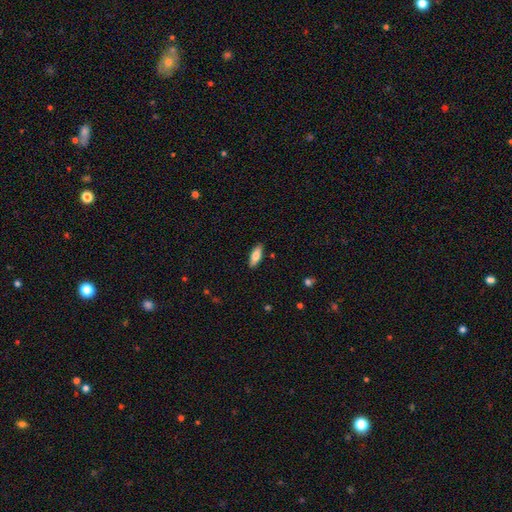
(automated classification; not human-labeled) smooth_or_featured: smooth (p=0.75) [alt: featured or disk p=0.19]
how_rounded: in between (p=0.68) [alt: cigar-shaped p=0.30]
merging: none (p=0.88) [alt: minor disturbance p=0.09]